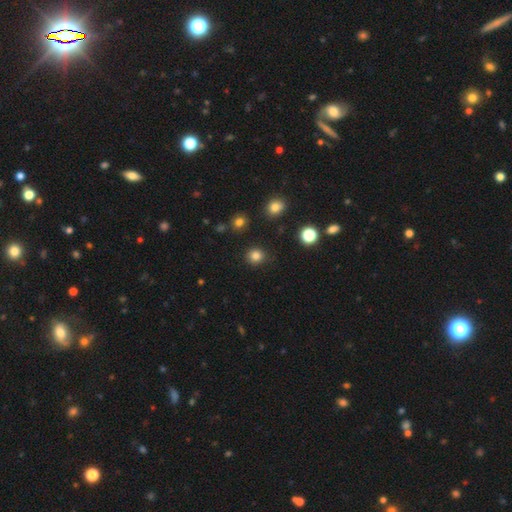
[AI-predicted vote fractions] smooth 83%, star or artifact 12%, featured or disk 4%. Down the decision tree: how rounded — round (87%); merging — none (89%).